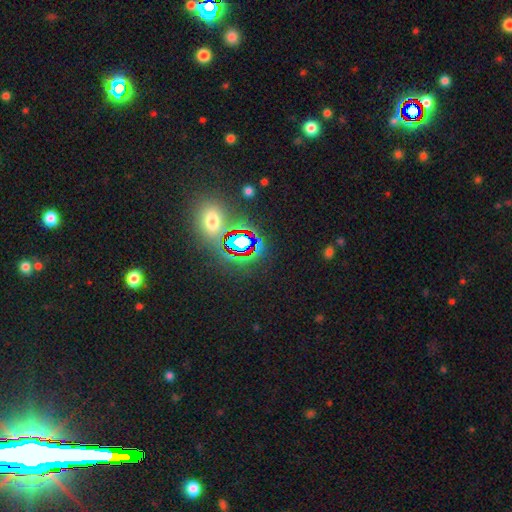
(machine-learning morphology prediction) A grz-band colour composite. It shows a star or artifact, not a galaxy (50%).